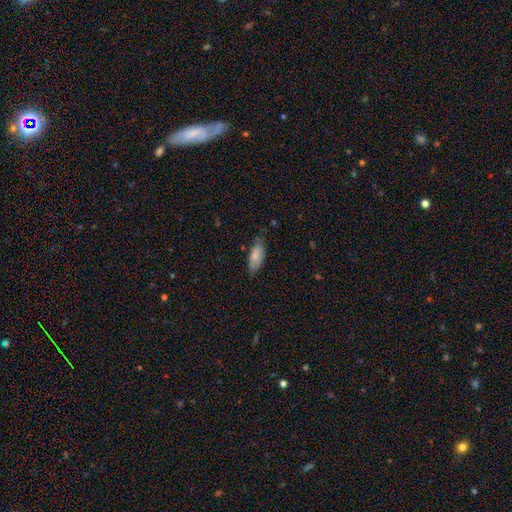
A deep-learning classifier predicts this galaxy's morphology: Smooth or featured: smooth — 79% (featured or disk — 15%)
How rounded: in between — 80% (cigar-shaped — 18%)
Merging: none — 69% (minor disturbance — 25%)